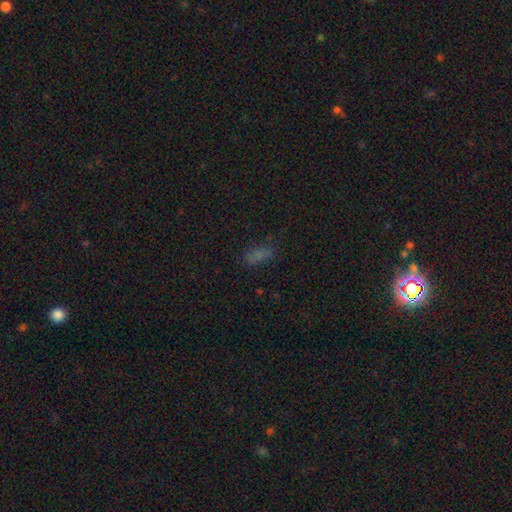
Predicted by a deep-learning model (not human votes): The model was most divided on "smooth or featured": smooth: 60%, star or artifact: 27%, featured or disk: 13%. More confident: how rounded — in between (76%); merging — none (60%).